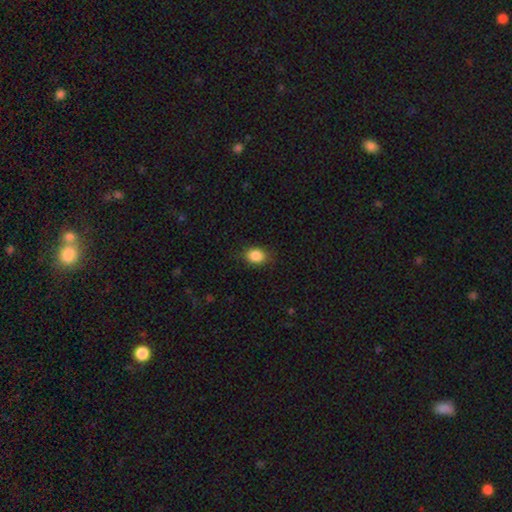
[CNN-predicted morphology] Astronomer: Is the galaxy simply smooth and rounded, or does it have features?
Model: smooth — 87%.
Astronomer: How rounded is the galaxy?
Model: in between — 62% (runner-up: round, 37%).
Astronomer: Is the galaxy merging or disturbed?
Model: none — 83%.